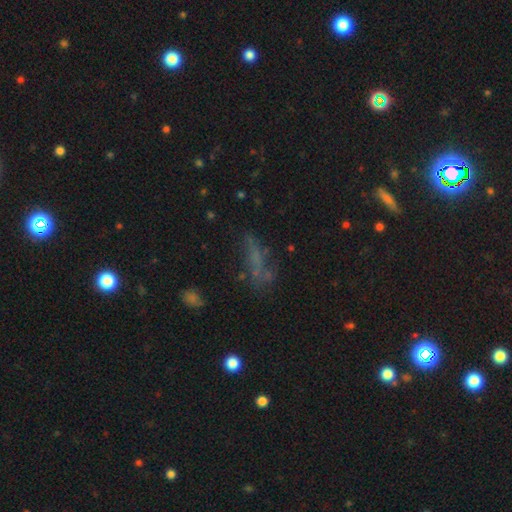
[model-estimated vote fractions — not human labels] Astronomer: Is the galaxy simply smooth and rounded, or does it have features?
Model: smooth — 45% (runner-up: featured or disk, 32%).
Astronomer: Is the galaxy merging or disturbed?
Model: none — 49%.